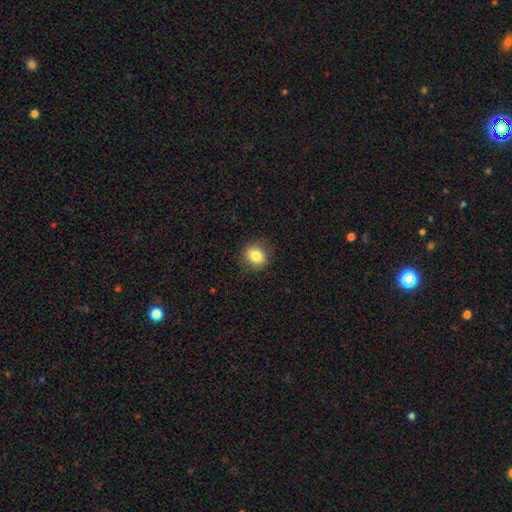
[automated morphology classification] A smooth galaxy with no disk features (81%) that is round (61%). Merging: none (87%).